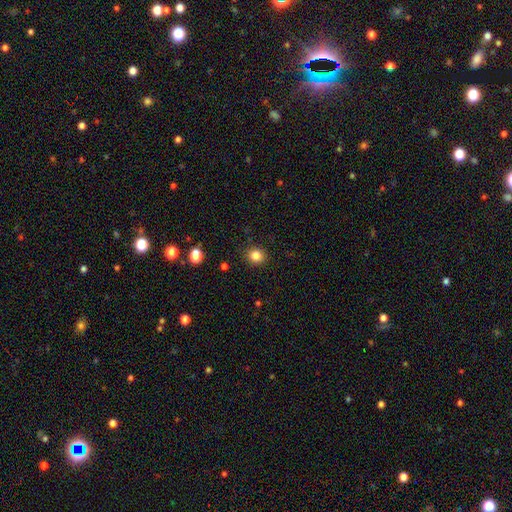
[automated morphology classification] The model was most divided on "how rounded": round: 79%, in between: 21%, cigar-shaped: 1%. More confident: merging — none (90%); smooth or featured — smooth (83%).